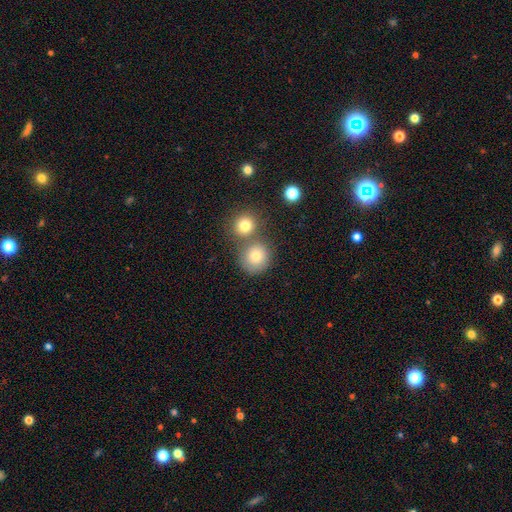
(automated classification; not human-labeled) A smooth galaxy with no disk features (77%) that is round (89%).

Vote fractions:
- Smooth or featured? smooth: 77% / star or artifact: 13% / featured or disk: 10%
- How rounded? round: 89% / in between: 10% / cigar-shaped: 1%
- Merging? none: 63% / merger: 25% / minor disturbance: 9% / major disturbance: 3%